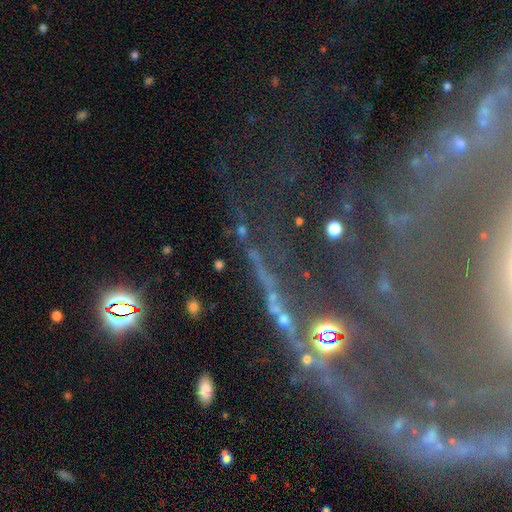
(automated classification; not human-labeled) Smooth or featured: star or artifact — 52% (smooth — 24%)